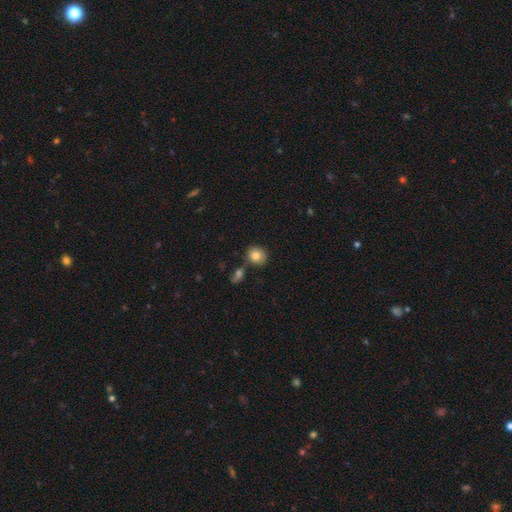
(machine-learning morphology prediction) Overall: smooth (84%). How rounded: round (71%). Merging: none (70%).